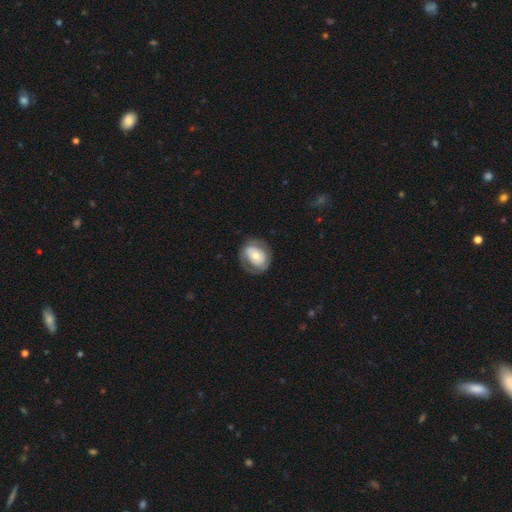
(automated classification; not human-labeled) This appears to be a featured or disk galaxy (48%). Merging: none (69%).